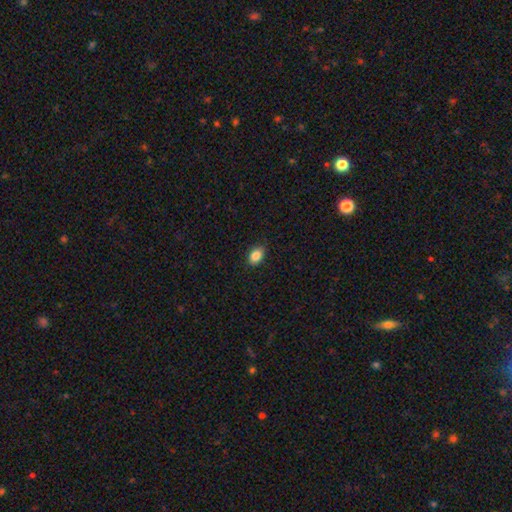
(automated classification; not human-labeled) Smooth or featured? Predicted: smooth (p=0.87). How rounded? Predicted: in between (p=0.82). Merging? Predicted: none (p=0.85).